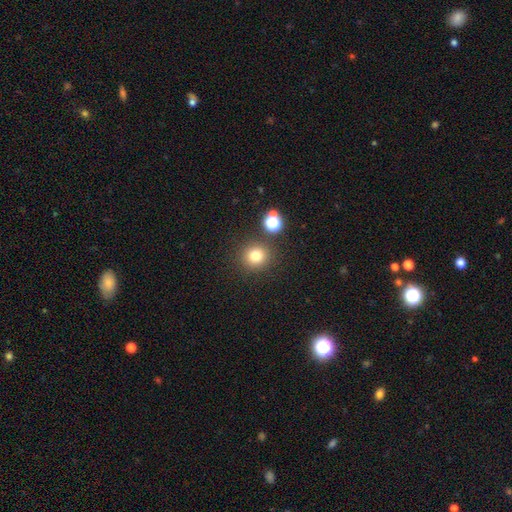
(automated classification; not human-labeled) Morphology: type=smooth (77%); roundness=round (91%); merging=none (85%).